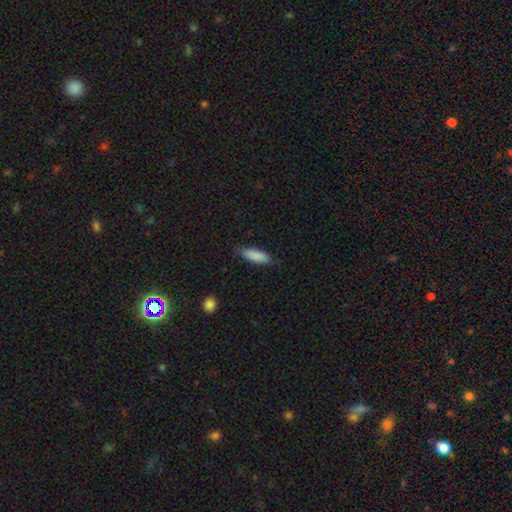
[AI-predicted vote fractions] smooth_or_featured: smooth (p=0.88) [alt: featured or disk p=0.07]
how_rounded: in between (p=0.56) [alt: cigar-shaped p=0.42]
merging: none (p=0.82) [alt: minor disturbance p=0.15]